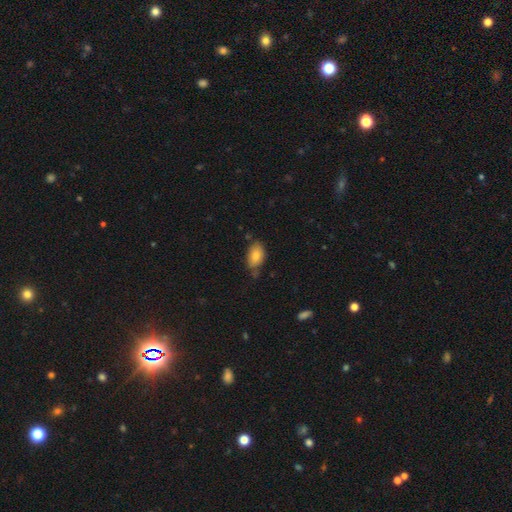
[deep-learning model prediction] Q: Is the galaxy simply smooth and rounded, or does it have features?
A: smooth — 79%.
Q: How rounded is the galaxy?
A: in between — 90%.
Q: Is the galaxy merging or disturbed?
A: none — 65%.